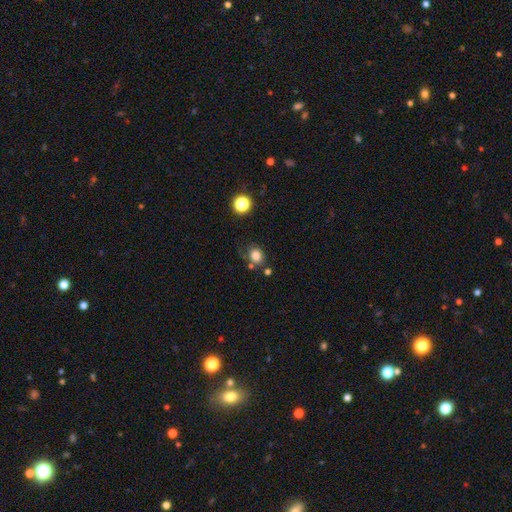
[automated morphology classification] type=smooth (81%); roundness=round (68%); merging=none (73%).